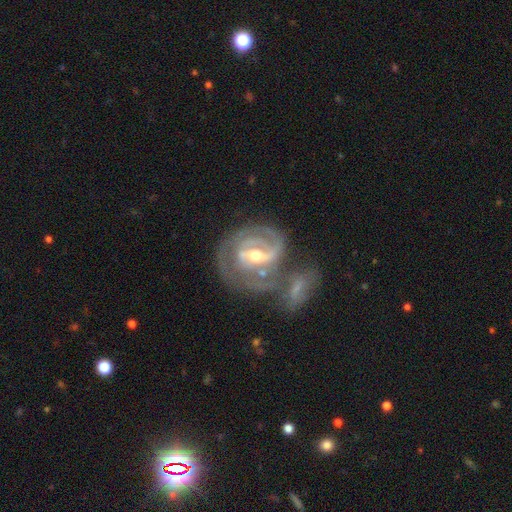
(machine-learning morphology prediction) Smooth or featured?
  - featured or disk: 86% *
  - smooth: 9%
  - star or artifact: 5%
Edge-on disk?
  - no: 97% *
  - yes: 3%
Bar?
  - weak: 42% *
  - strong: 40%
  - no: 17%
Spiral arms?
  - yes: 91% *
  - no: 9%
Spiral winding?
  - tight: 58% *
  - medium: 33%
  - loose: 8%
Spiral arm count?
  - 2: 44% *
  - can't tell: 22%
  - 3: 17%
  - 1: 11%
  - 4: 3%
  - more than 4: 3%
Bulge size?
  - moderate: 68% *
  - small: 25%
  - large: 5%
  - none: 1%
  - dominant: 1%
Merging?
  - merger: 37% *
  - none: 35%
  - minor disturbance: 15%
  - major disturbance: 14%